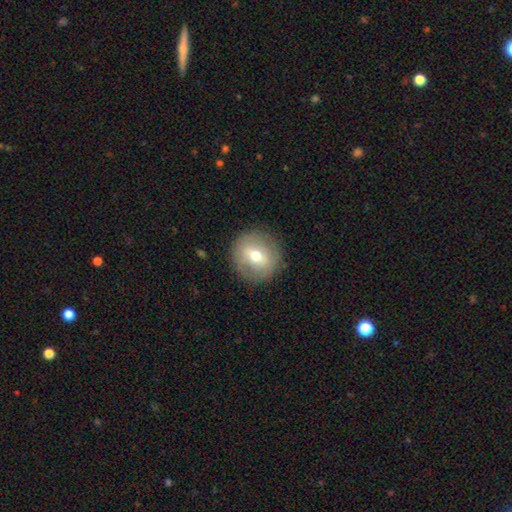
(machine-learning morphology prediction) Smooth or featured? smooth (58%)
How rounded? round (92%)
Merging? none (87%)